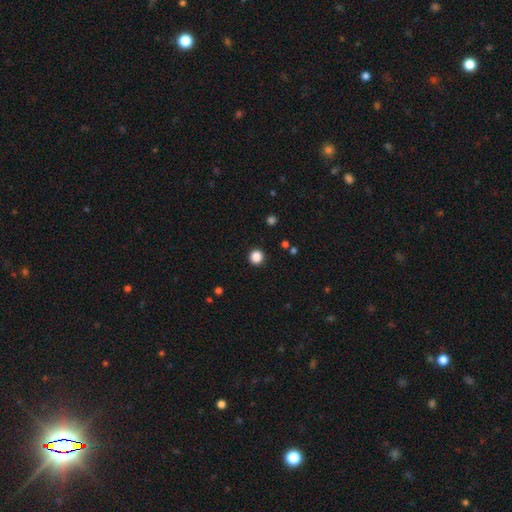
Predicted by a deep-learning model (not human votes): This appears to be a smooth galaxy with no disk features (86%) that is round (94%). Merging: none (92%).